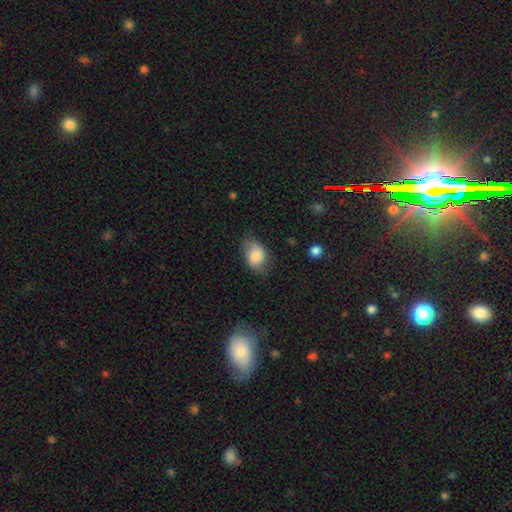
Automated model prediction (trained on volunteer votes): Smooth or featured? Predicted: smooth (p=0.79). How rounded? Predicted: in between (p=0.79). Merging? Predicted: none (p=0.55).